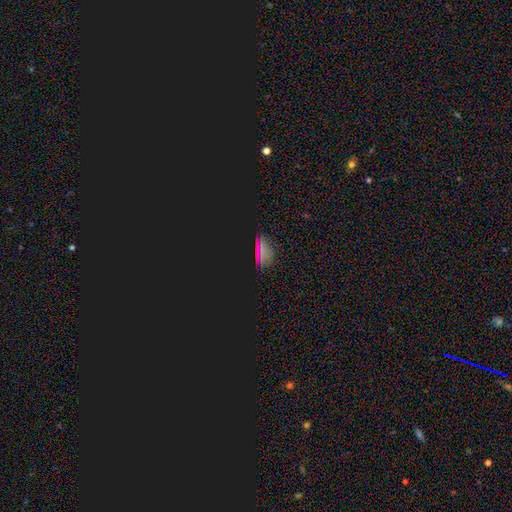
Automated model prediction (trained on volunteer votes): Smooth or featured? Predicted: star or artifact (p=0.65).